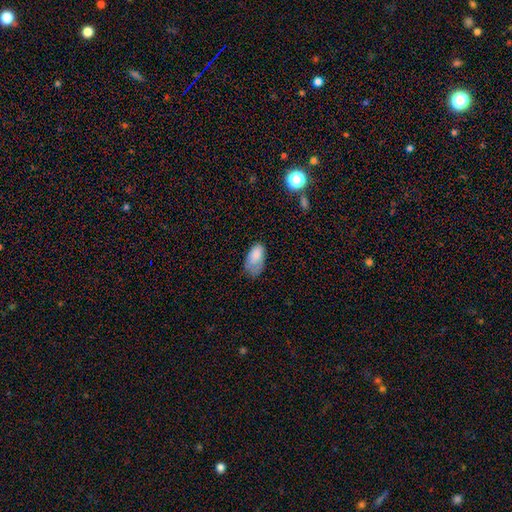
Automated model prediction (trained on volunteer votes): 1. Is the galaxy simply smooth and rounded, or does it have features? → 81% smooth, 11% featured or disk, 8% star or artifact.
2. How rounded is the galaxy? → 94% in between, 4% round, 2% cigar-shaped.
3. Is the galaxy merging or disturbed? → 41% none, 38% minor disturbance, 19% major disturbance, 2% merger.